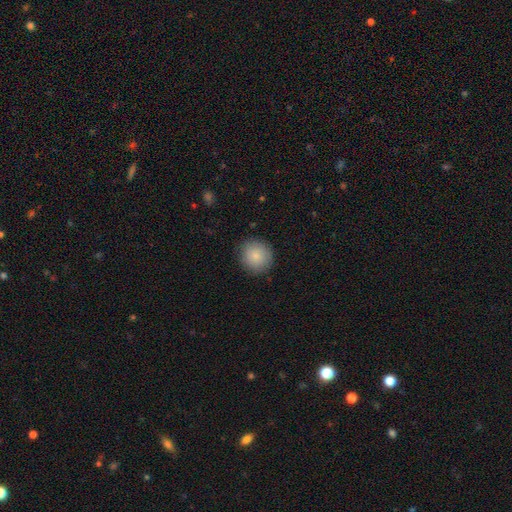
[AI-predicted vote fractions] A smooth galaxy with no disk features (84%) that is round (89%).

Vote fractions:
- Smooth or featured? smooth: 84% / featured or disk: 8% / star or artifact: 8%
- How rounded? round: 89% / in between: 10% / cigar-shaped: 1%
- Merging? none: 87% / minor disturbance: 9% / major disturbance: 3% / merger: 1%